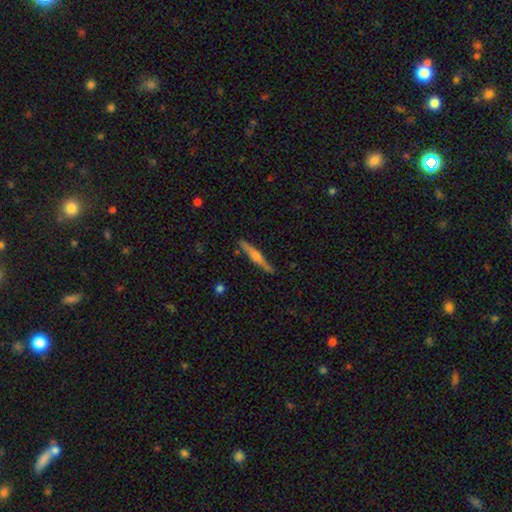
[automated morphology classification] Q: Smooth or featured?
A: featured or disk (67%); runner-up: smooth (27%)
Q: Edge-on disk?
A: yes (98%); runner-up: no (2%)
Q: Edge-on bulge?
A: rounded (85%); runner-up: none (8%)
Q: Merging?
A: none (90%); runner-up: minor disturbance (7%)